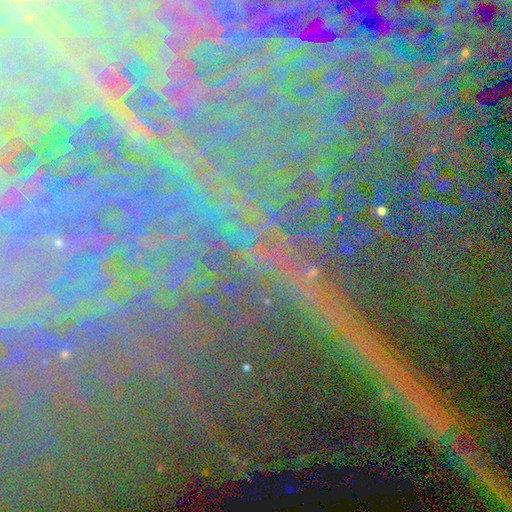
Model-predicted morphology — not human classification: type=star or artifact (77%).